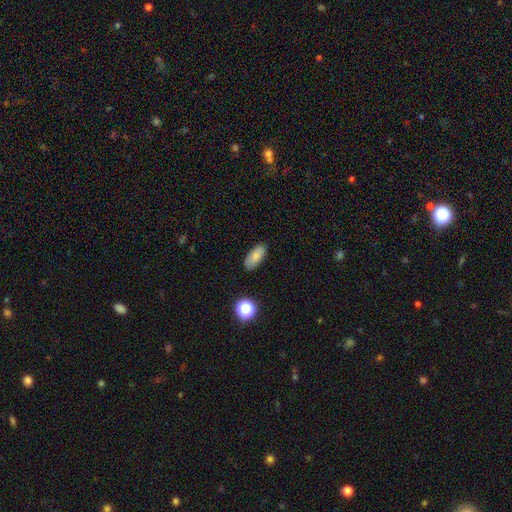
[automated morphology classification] Smooth or featured? smooth (82%)
How rounded? in between (87%)
Merging? none (84%)